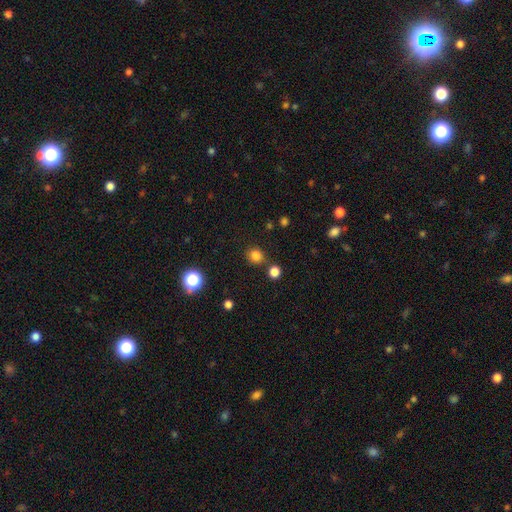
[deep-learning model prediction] smooth-or-featured: smooth: 81% | star or artifact: 15% | featured or disk: 4%
  how-rounded: round: 84% | in between: 15% | cigar-shaped: 1%
  merging: none: 80% | minor disturbance: 9% | merger: 8% | major disturbance: 3%